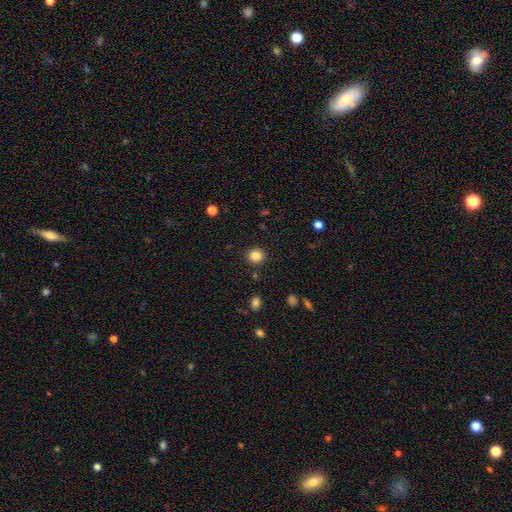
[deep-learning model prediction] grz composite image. It shows a smooth galaxy with no disk features (84%) that is round (90%). Merging: none (91%).